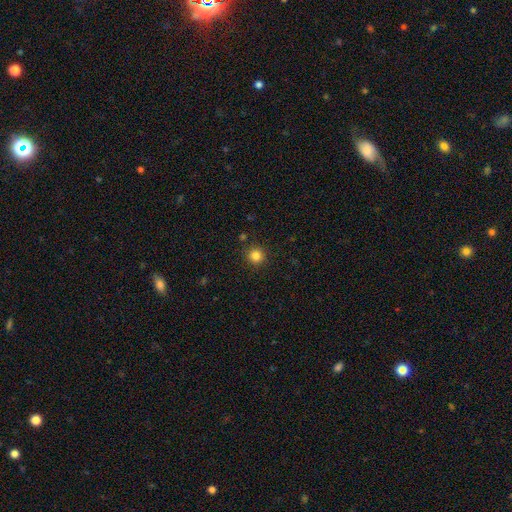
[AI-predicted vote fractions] This is clearly a smooth galaxy (83%). How rounded: clearly round (94%). Merging: clearly none (89%).